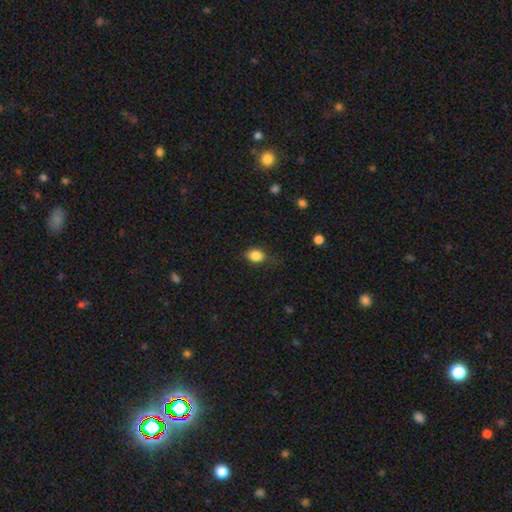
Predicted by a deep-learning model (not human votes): The model was most divided on "how rounded": in between: 58%, round: 40%, cigar-shaped: 1%. More confident: smooth or featured — smooth (85%); merging — none (71%).